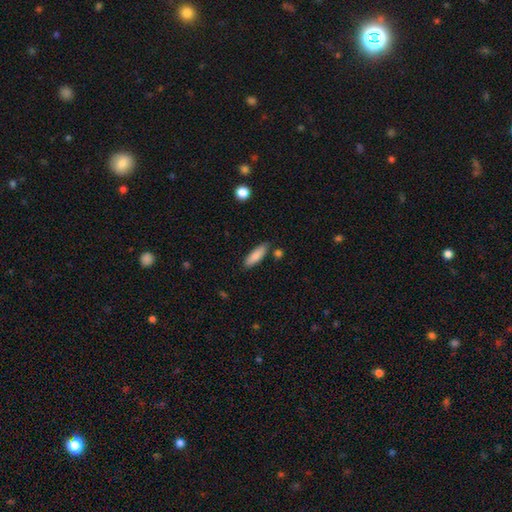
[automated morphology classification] The model was most divided on "how rounded": in between: 50%, cigar-shaped: 48%, round: 2%. More confident: smooth or featured — smooth (84%); merging — none (81%).